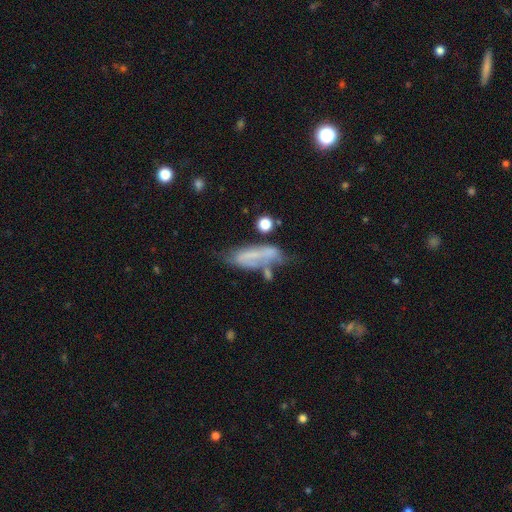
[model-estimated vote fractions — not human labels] Smooth or featured: featured or disk — 46% (smooth — 42%)
Merging: none — 34% (minor disturbance — 27%)